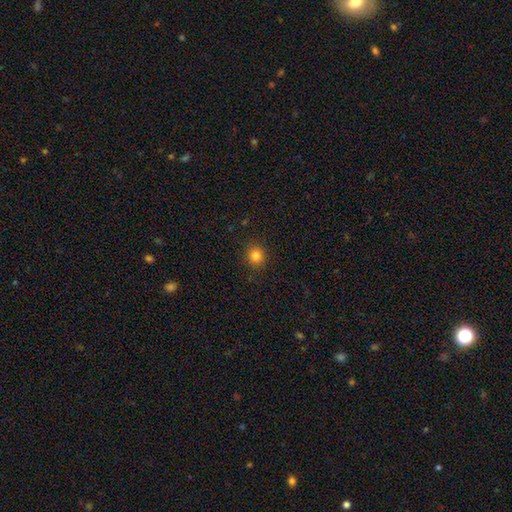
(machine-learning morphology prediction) smooth-or-featured: smooth: 83% | star or artifact: 13% | featured or disk: 5%
  how-rounded: round: 88% | in between: 12% | cigar-shaped: 1%
  merging: none: 90% | minor disturbance: 6% | major disturbance: 2% | merger: 1%